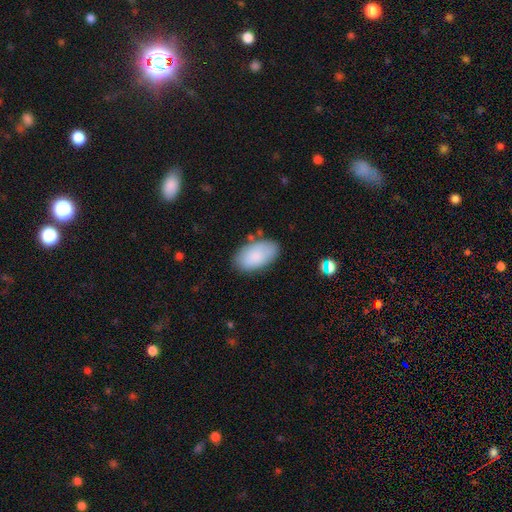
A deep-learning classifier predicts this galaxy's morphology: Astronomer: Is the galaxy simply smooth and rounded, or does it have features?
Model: smooth — 85%.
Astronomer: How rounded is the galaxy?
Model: in between — 95%.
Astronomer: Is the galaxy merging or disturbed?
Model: none — 78%.